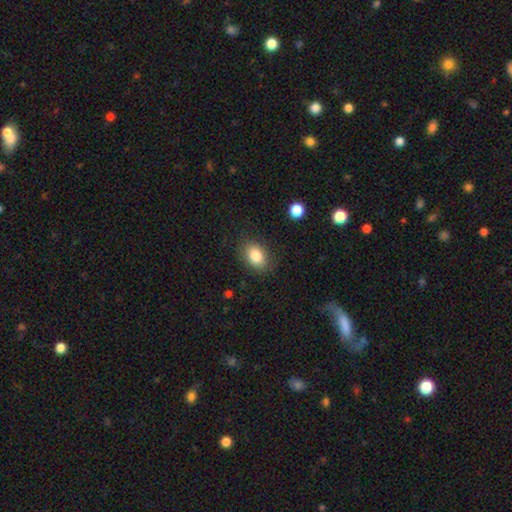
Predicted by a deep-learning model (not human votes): A smooth galaxy with no disk features (84%) that is in between round and cigar-shaped (75%).

Vote fractions:
- Smooth or featured? smooth: 84% / star or artifact: 9% / featured or disk: 7%
- How rounded? in between: 75% / round: 24% / cigar-shaped: 1%
- Merging? none: 83% / minor disturbance: 12% / major disturbance: 4% / merger: 1%